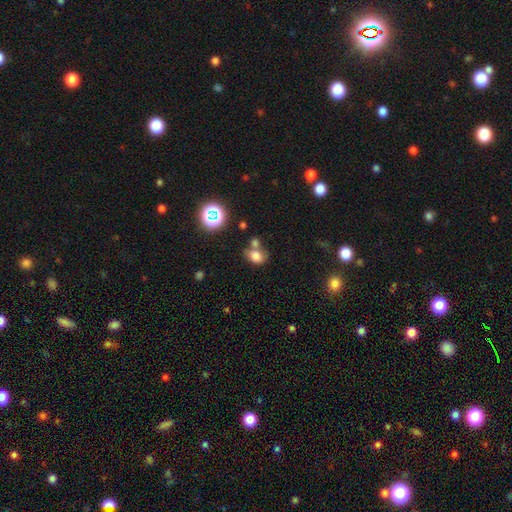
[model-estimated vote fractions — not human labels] This appears to be a smooth galaxy with no disk features (75%) that is in between round and cigar-shaped (62%). Merging: none (42%).